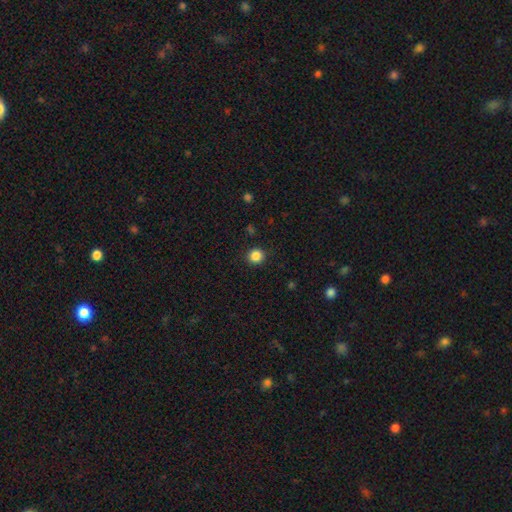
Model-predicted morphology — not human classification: smooth-or-featured: smooth: 85% | star or artifact: 12% | featured or disk: 3%
  how-rounded: round: 92% | in between: 7% | cigar-shaped: 1%
  merging: none: 91% | minor disturbance: 6% | major disturbance: 2% | merger: 1%